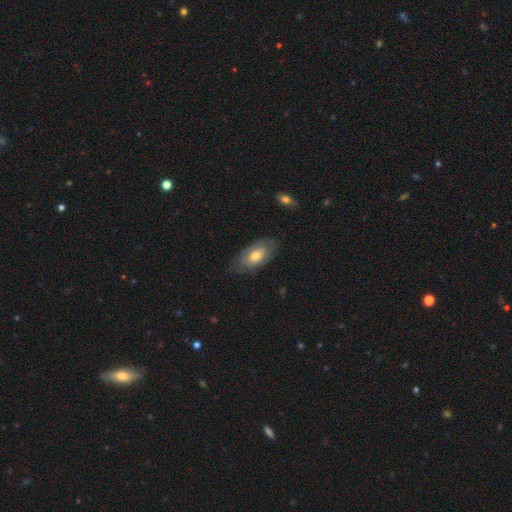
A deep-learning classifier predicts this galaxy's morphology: A smooth galaxy with no disk features (64%) that is in between round and cigar-shaped (92%).

Vote fractions:
- Smooth or featured? smooth: 64% / featured or disk: 30% / star or artifact: 6%
- How rounded? in between: 92% / round: 4% / cigar-shaped: 4%
- Merging? none: 69% / minor disturbance: 24% / major disturbance: 6% / merger: 1%